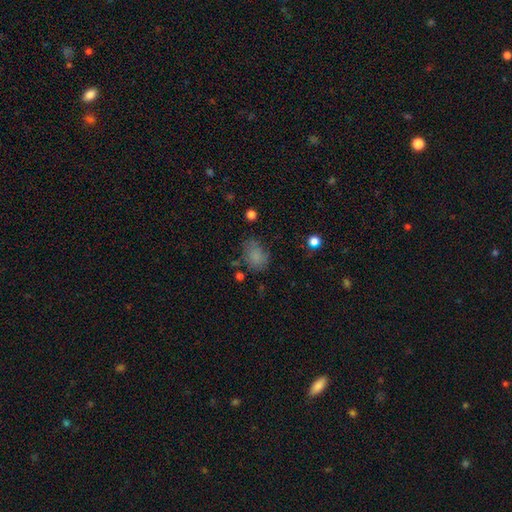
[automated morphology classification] Overall: smooth (79%). How rounded: in between (65%; round 34%). Merging: none (59%; minor disturbance 26%).